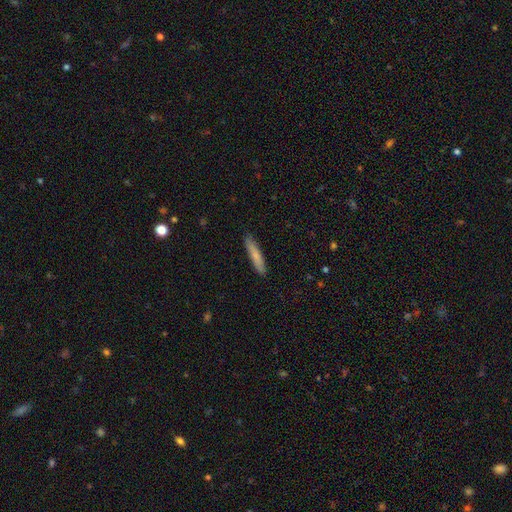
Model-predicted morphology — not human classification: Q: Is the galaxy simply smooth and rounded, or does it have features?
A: smooth — 74%.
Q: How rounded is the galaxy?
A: cigar-shaped — 91%.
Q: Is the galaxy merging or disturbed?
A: none — 88%.